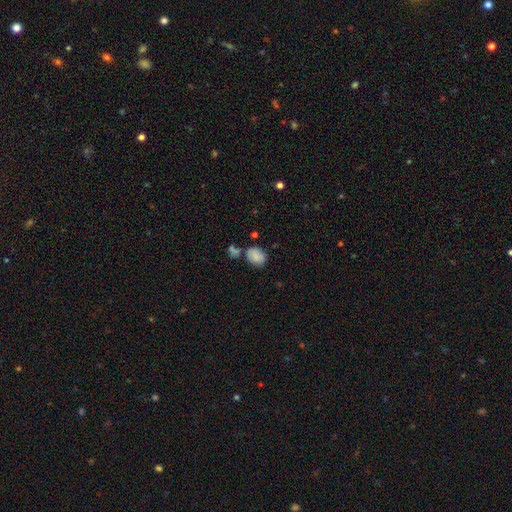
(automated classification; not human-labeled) Morphology: type=smooth (81%); roundness=in between (69%); merging=none (52%).